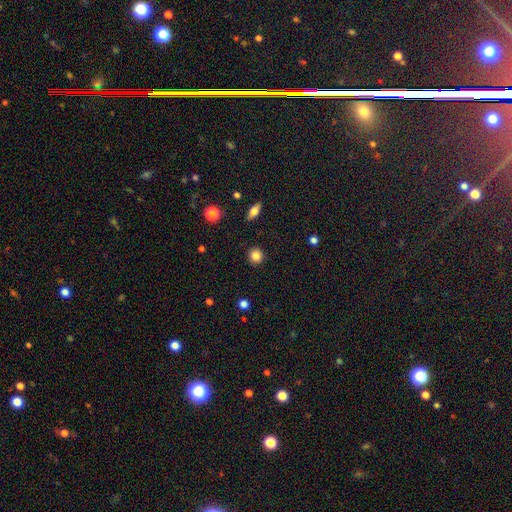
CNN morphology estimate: smooth 84%, star or artifact 10%, featured or disk 6%. Down the decision tree: how rounded — round (92%); merging — none (91%).